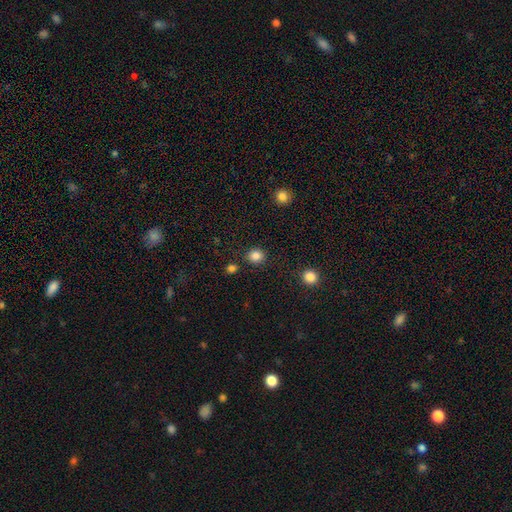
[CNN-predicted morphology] A smooth galaxy with no disk features (85%) that is round (79%). Merging: none (85%).